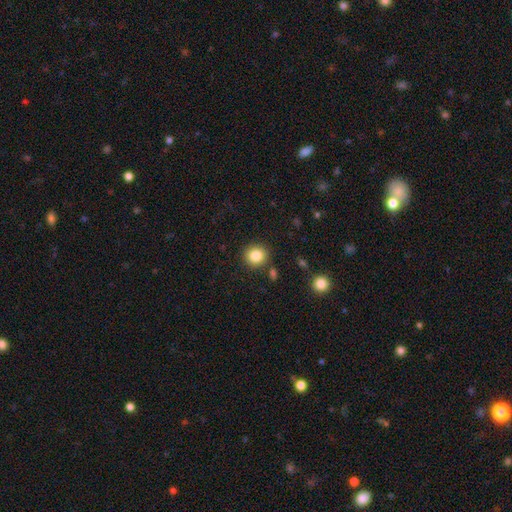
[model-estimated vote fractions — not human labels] The model was most divided on "smooth or featured": smooth: 85%, star or artifact: 10%, featured or disk: 5%. More confident: how rounded — round (88%); merging — none (87%).